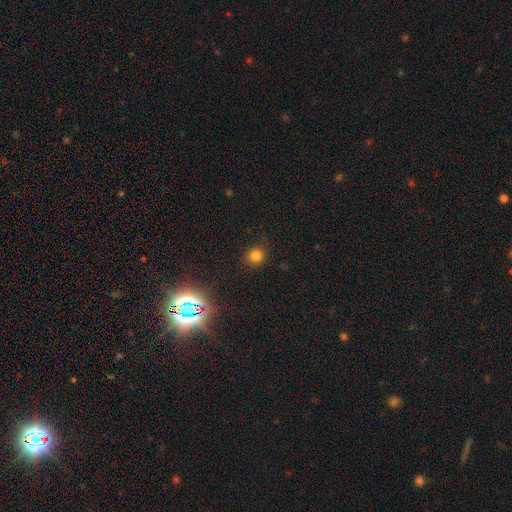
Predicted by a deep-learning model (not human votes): A smooth galaxy with no disk features (78%) that is round (89%). Merging: none (87%).